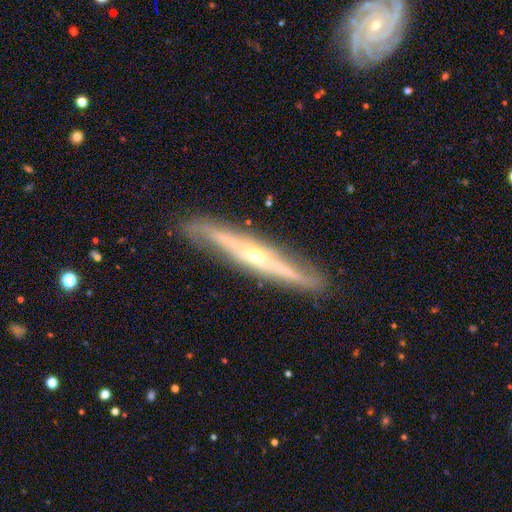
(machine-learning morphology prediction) The model was most divided on "smooth or featured": featured or disk: 76%, smooth: 18%, star or artifact: 6%. More confident: merging — none (85%); edge-on disk — yes (82%); edge-on bulge — rounded (78%).